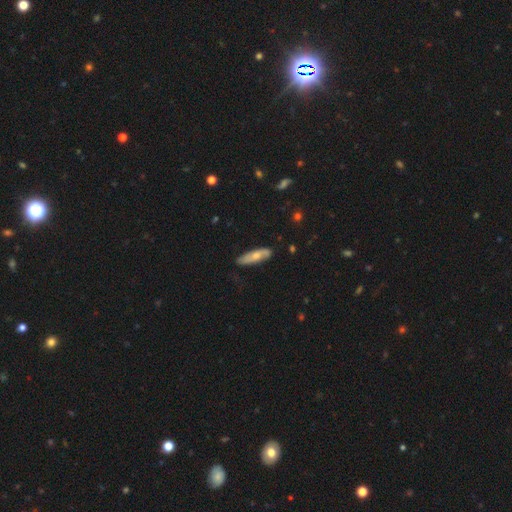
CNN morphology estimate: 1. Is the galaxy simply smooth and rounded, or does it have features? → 55% smooth, 39% featured or disk, 5% star or artifact.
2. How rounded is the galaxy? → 59% cigar-shaped, 39% in between, 2% round.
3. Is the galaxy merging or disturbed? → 80% none, 16% minor disturbance, 3% major disturbance, 2% merger.